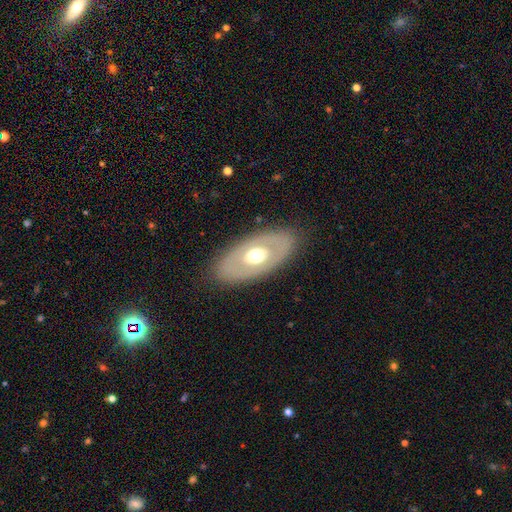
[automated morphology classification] This is possibly a featured or disk galaxy (53%). It is clearly not viewed edge-on (83%). Merging: clearly none (87%).